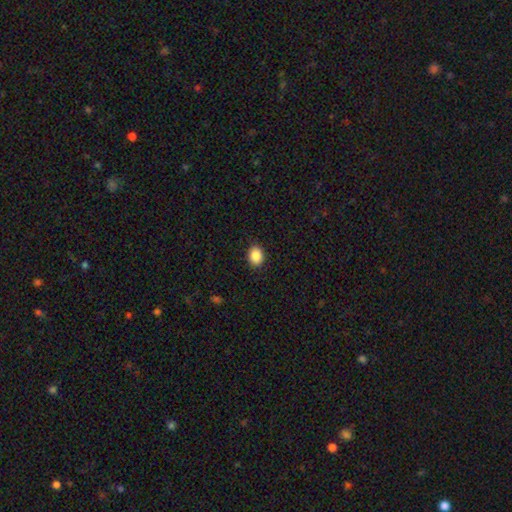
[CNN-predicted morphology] Smooth or featured? Predicted: smooth (p=0.88). How rounded? Predicted: in between (p=0.60). Merging? Predicted: none (p=0.89).